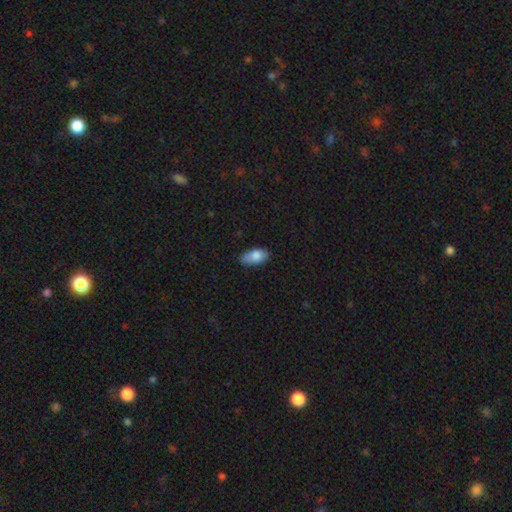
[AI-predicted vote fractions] Smooth or featured? smooth (83%)
How rounded? in between (91%)
Merging? none (75%)